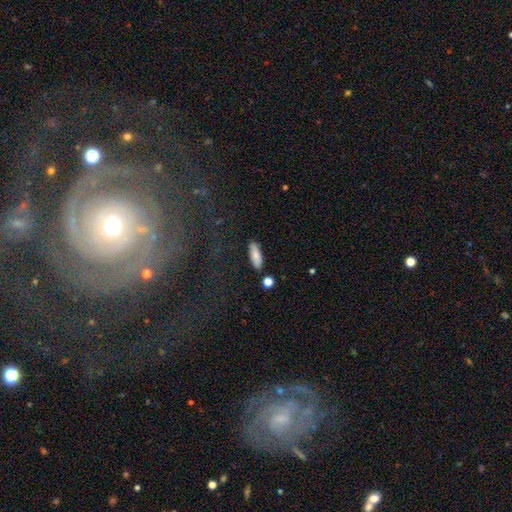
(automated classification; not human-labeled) Q: Smooth or featured?
A: smooth (82%); runner-up: featured or disk (11%)
Q: How rounded?
A: in between (57%); runner-up: cigar-shaped (40%)
Q: Merging?
A: none (84%); runner-up: minor disturbance (10%)